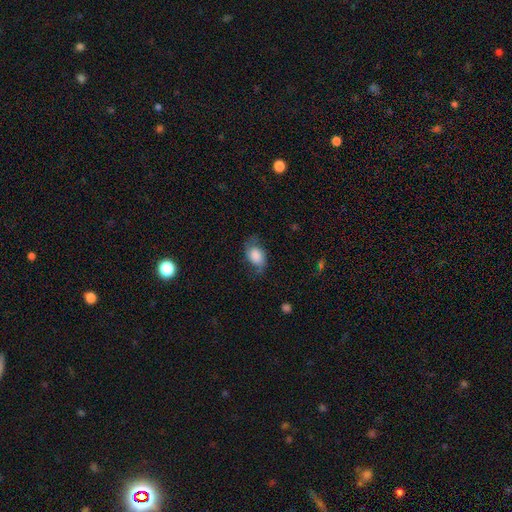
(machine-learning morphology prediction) A smooth galaxy with no disk features (67%) that is in between round and cigar-shaped (82%). Merging: none (57%).